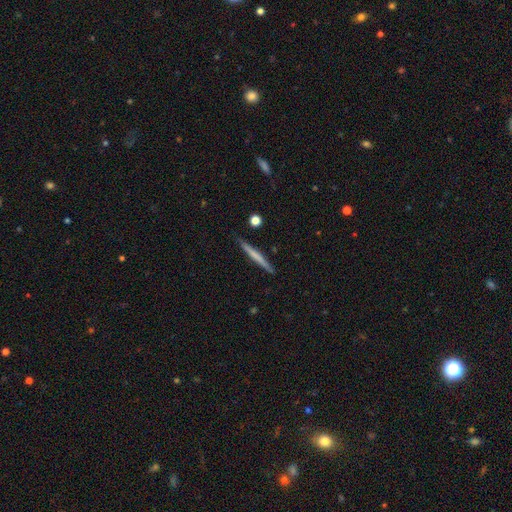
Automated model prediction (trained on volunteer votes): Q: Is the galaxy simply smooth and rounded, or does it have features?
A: smooth — 53%.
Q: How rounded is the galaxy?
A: cigar-shaped — 96%.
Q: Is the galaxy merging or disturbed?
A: none — 89%.